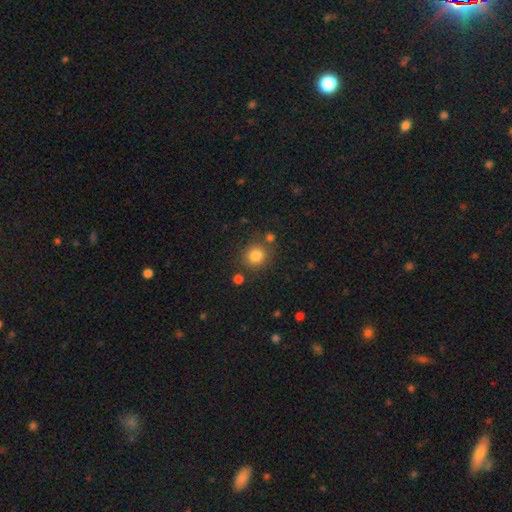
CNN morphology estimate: type=smooth (82%); roundness=round (85%); merging=none (78%).